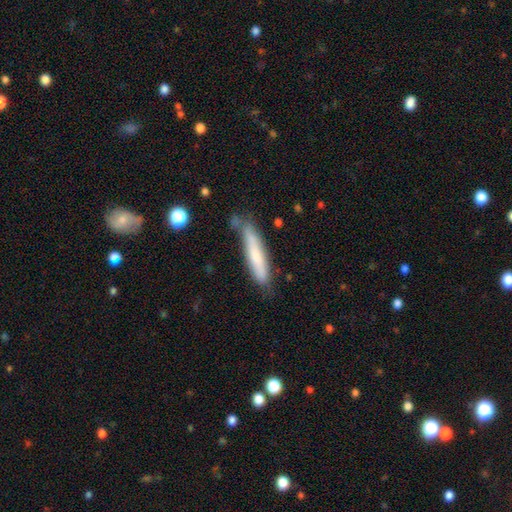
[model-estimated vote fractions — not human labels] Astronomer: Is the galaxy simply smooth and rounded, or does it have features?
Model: smooth — 68%.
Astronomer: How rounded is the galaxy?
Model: cigar-shaped — 87%.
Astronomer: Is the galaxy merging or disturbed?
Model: none — 68%.